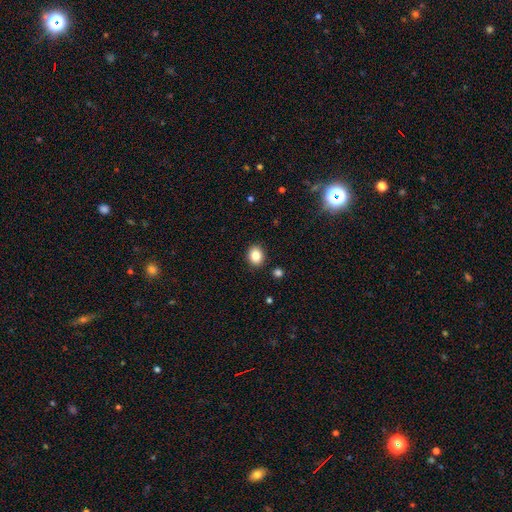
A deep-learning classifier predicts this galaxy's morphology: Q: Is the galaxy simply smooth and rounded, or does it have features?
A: smooth — 84%.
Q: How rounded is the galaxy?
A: round — 58%.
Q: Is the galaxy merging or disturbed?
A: none — 90%.